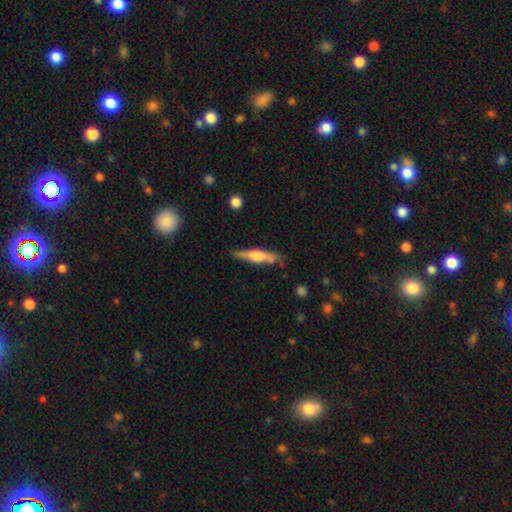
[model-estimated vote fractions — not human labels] Smooth or featured: smooth — 51% (featured or disk — 43%)
How rounded: cigar-shaped — 83% (in between — 15%)
Merging: none — 74% (minor disturbance — 19%)